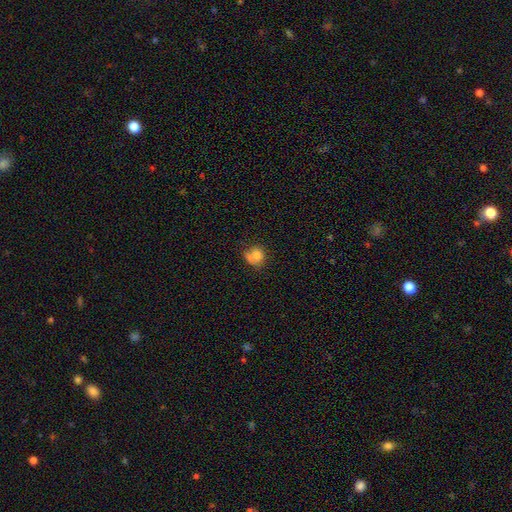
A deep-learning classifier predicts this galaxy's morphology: Q: Smooth or featured?
A: smooth (74%); runner-up: featured or disk (16%)
Q: How rounded?
A: round (74%); runner-up: in between (25%)
Q: Merging?
A: none (41%); runner-up: merger (32%)